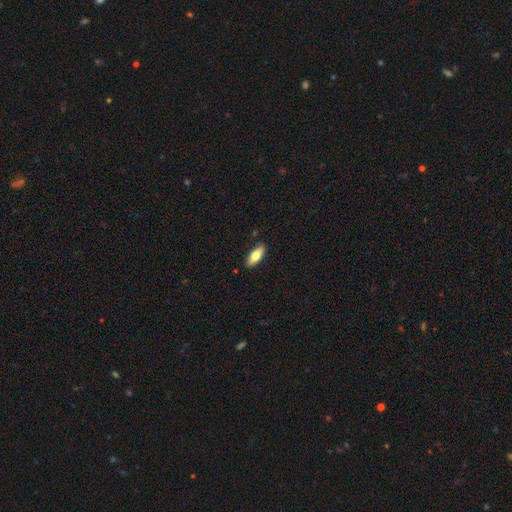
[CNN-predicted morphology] Smooth or featured? Predicted: smooth (p=0.72). How rounded? Predicted: in between (p=0.74). Merging? Predicted: none (p=0.87).